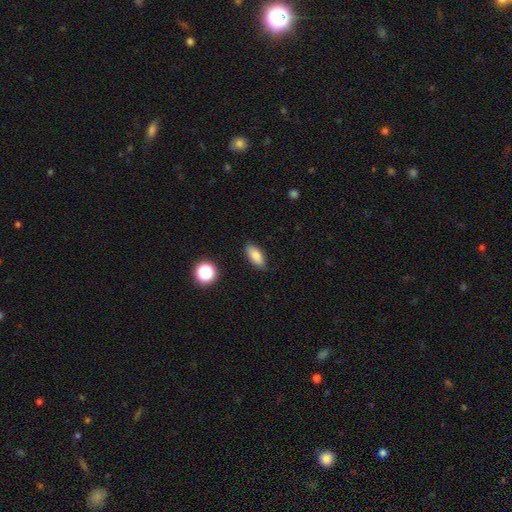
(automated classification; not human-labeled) Smooth or featured? smooth (83%)
How rounded? in between (85%)
Merging? none (87%)